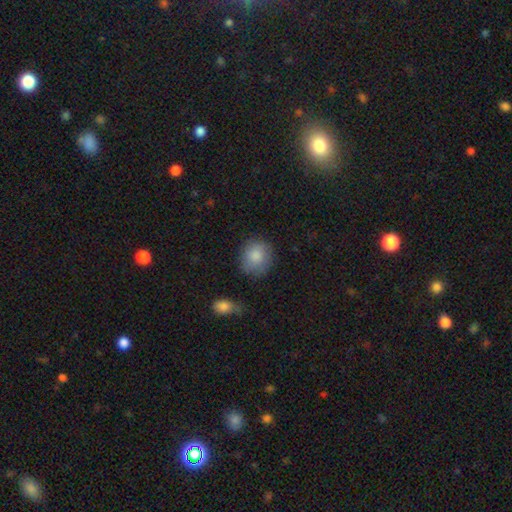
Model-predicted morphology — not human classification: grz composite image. It shows a smooth galaxy with no disk features (85%) that is round (81%). Merging: none (77%).